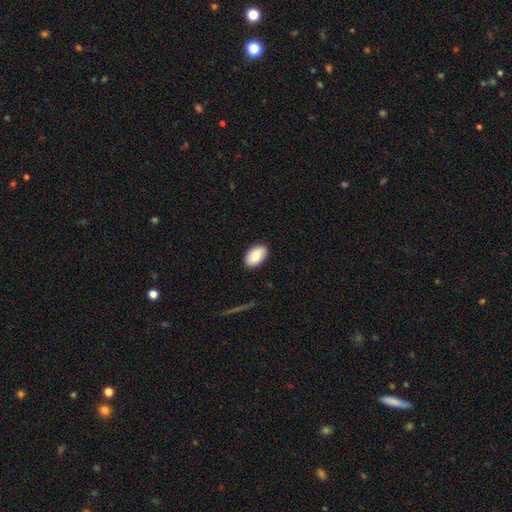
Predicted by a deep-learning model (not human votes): Q: Smooth or featured?
A: smooth (80%); runner-up: featured or disk (14%)
Q: How rounded?
A: in between (93%); runner-up: round (5%)
Q: Merging?
A: none (87%); runner-up: minor disturbance (10%)